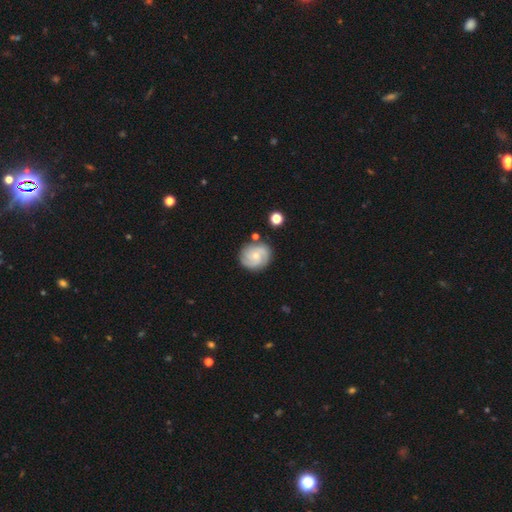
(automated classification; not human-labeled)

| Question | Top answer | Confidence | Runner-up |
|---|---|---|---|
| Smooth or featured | featured or disk | 69% | smooth (24%) |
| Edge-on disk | no | 98% | yes (2%) |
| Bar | no | 72% | weak (24%) |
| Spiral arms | yes | 93% | no (7%) |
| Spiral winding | tight | 56% | medium (34%) |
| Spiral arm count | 3 | 42% | 2 (23%) |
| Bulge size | small | 60% | moderate (36%) |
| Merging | none | 80% | minor disturbance (13%) |